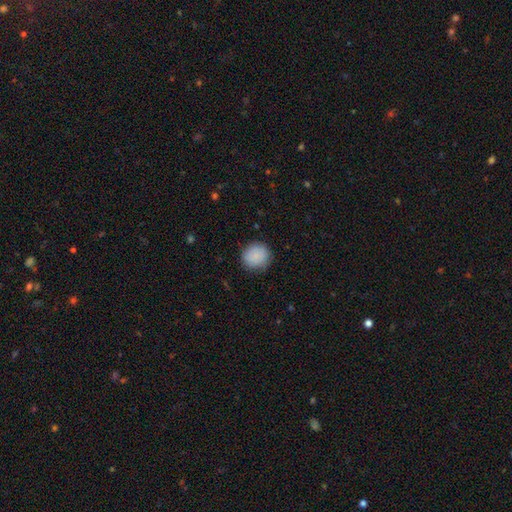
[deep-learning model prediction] The model was most divided on "how rounded": round: 84%, in between: 15%, cigar-shaped: 1%. More confident: smooth or featured — smooth (88%); merging — none (85%).